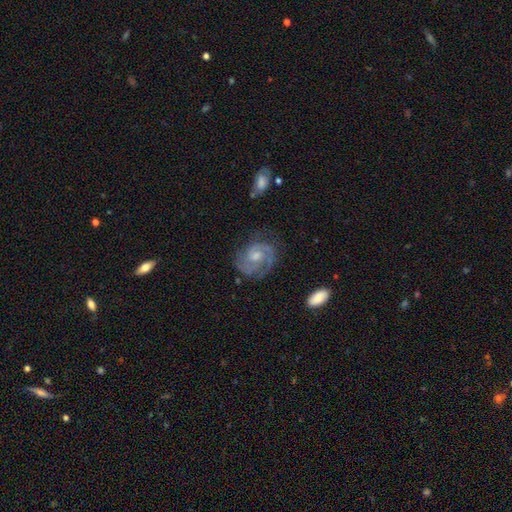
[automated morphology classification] This appears to be a featured or disk galaxy (82%) with no bar (61%), 2 (64%) tight (53%) spiral arms (96%) and a moderate central bulge (55%). Merging: none (75%).